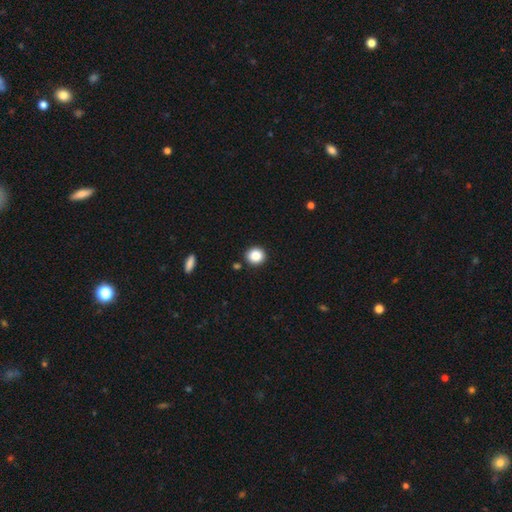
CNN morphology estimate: type=smooth (86%); roundness=round (88%); merging=none (90%).